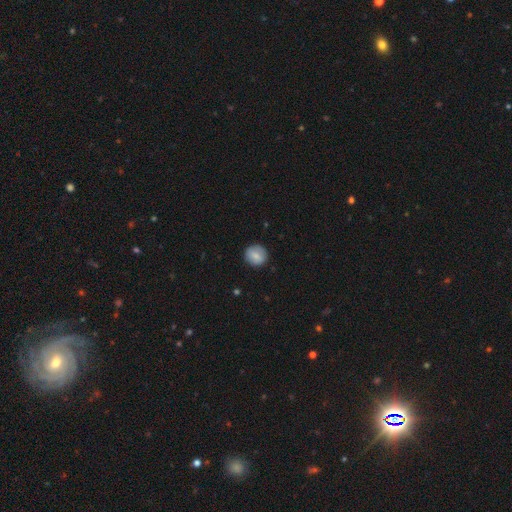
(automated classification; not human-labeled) This is likely a smooth galaxy (79%). How rounded: clearly round (90%). Merging: clearly none (88%).